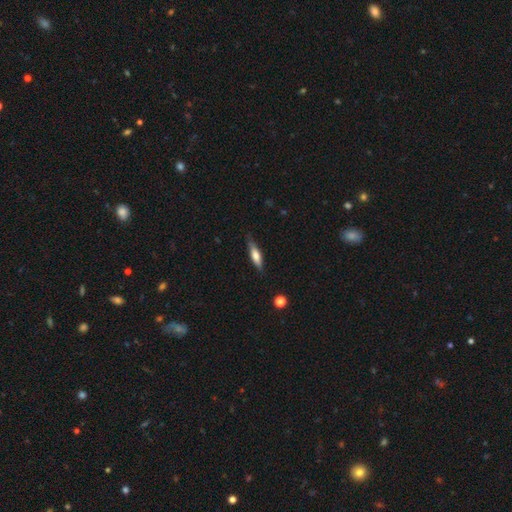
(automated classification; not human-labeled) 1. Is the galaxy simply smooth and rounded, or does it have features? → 59% smooth, 34% featured or disk, 6% star or artifact.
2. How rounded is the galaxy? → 68% cigar-shaped, 30% in between, 2% round.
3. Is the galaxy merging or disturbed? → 76% none, 18% minor disturbance, 4% major disturbance, 1% merger.